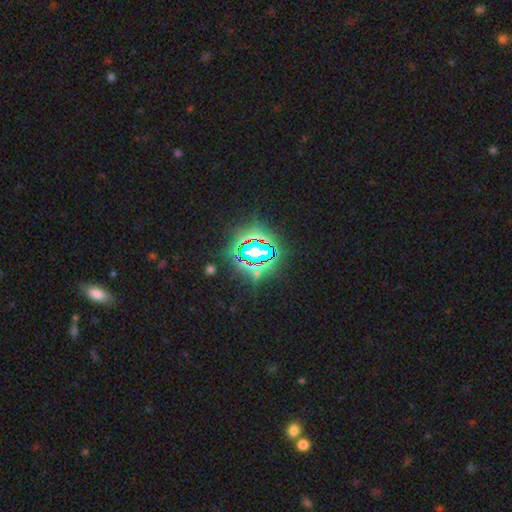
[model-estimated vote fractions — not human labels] This is clearly a star or artifact rather than a galaxy (80%).